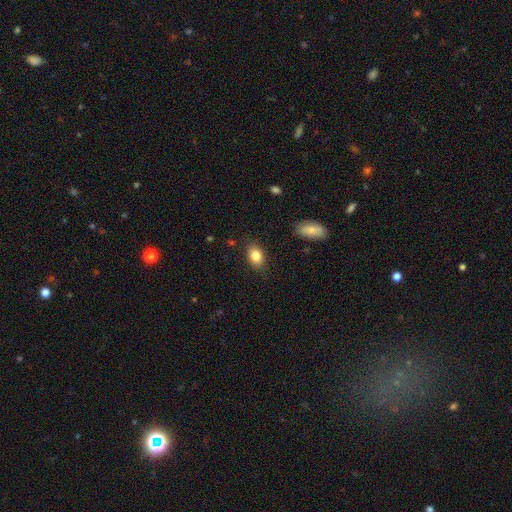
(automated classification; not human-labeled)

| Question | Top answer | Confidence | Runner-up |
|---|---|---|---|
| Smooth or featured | smooth | 83% | star or artifact (9%) |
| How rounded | in between | 81% | round (18%) |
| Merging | none | 84% | minor disturbance (12%) |